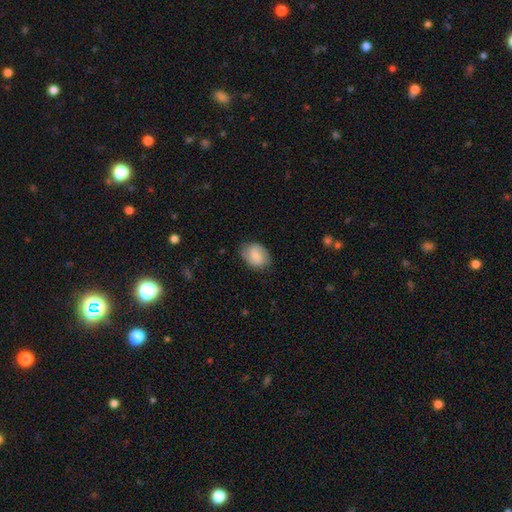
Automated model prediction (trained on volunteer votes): This appears to be a smooth galaxy with no disk features (72%) that is in between round and cigar-shaped (70%). Merging: none (77%).